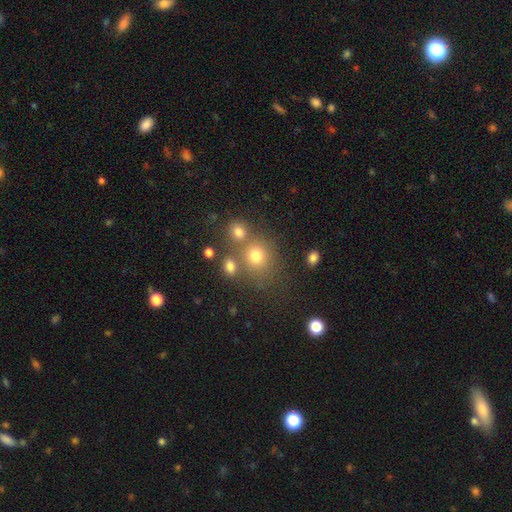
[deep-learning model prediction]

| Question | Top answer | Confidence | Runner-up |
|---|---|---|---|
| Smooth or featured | smooth | 74% | star or artifact (16%) |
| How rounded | round | 77% | in between (22%) |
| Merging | none | 58% | merger (26%) |